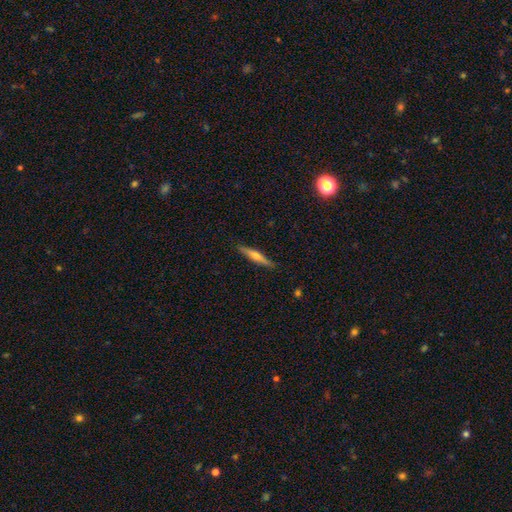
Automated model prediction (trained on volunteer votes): A featured or disk galaxy (56%) viewed edge-on (96%) with a rounded central bulge (84%).

Vote fractions:
- Smooth or featured? featured or disk: 56% / smooth: 38% / star or artifact: 7%
- Edge-on disk? yes: 96% / no: 4%
- Edge-on bulge? rounded: 84% / none: 11% / boxy: 6%
- Merging? none: 90% / minor disturbance: 7% / major disturbance: 1% / merger: 1%